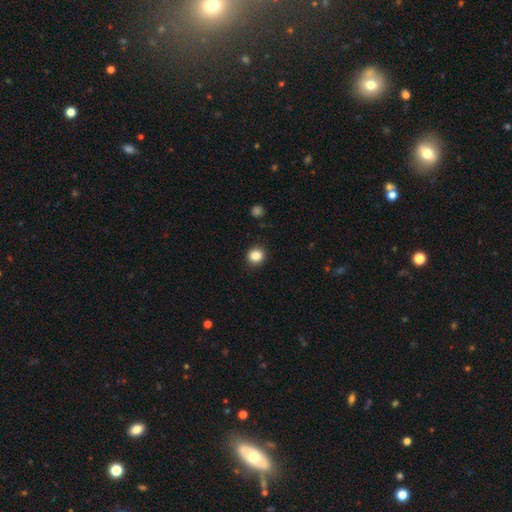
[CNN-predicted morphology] Smooth or featured? Predicted: smooth (p=0.86). How rounded? Predicted: round (p=0.84). Merging? Predicted: none (p=0.90).